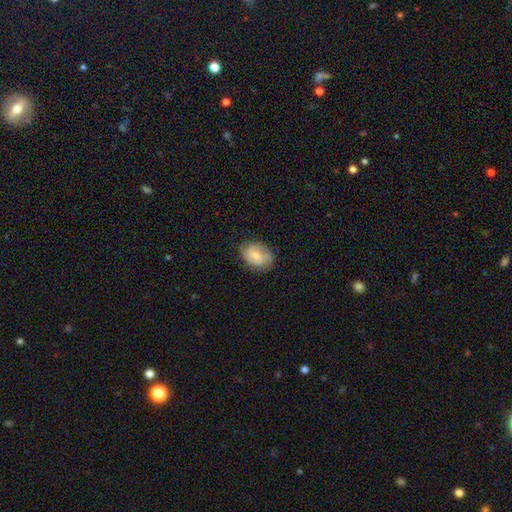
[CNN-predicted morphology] Smooth or featured: smooth — 59% (featured or disk — 34%)
How rounded: in between — 76% (round — 22%)
Merging: none — 75% (minor disturbance — 19%)